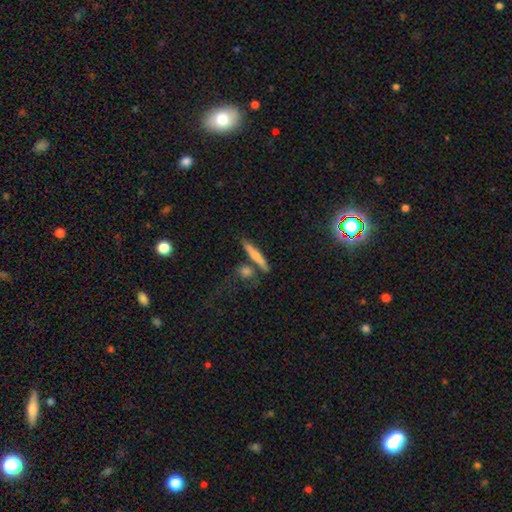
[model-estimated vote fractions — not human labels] Smooth or featured: smooth — 65% (featured or disk — 28%)
How rounded: cigar-shaped — 88% (in between — 8%)
Merging: none — 72% (merger — 13%)